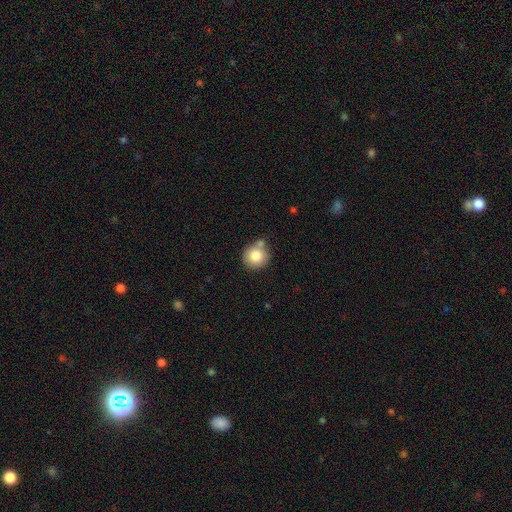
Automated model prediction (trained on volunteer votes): A smooth galaxy with no disk features (81%) that is round (92%). Merging: none (68%).